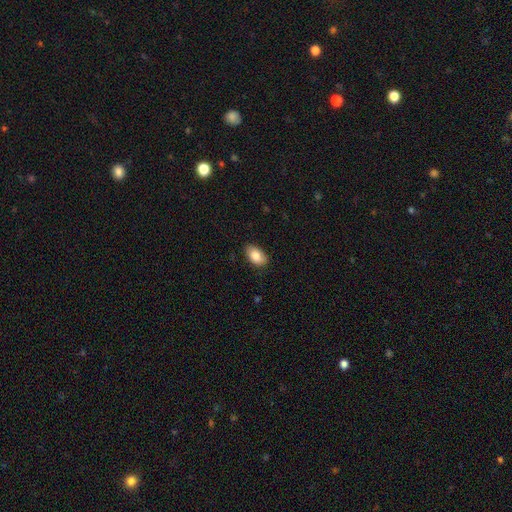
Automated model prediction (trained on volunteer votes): smooth 87%, star or artifact 7%, featured or disk 6%. Down the decision tree: how rounded — in between (92%); merging — none (82%).